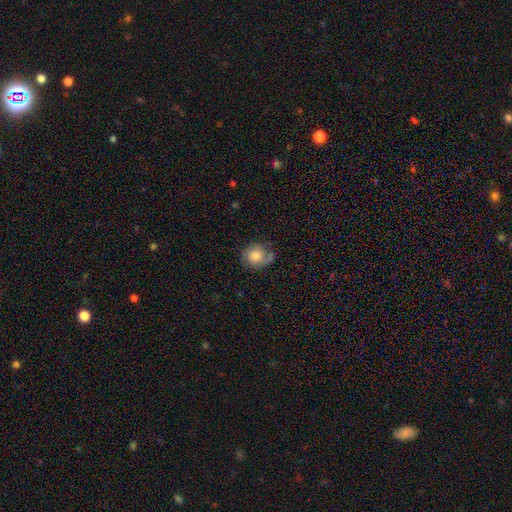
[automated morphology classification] Smooth or featured? Predicted: smooth (p=0.56). How rounded? Predicted: round (p=0.71). Merging? Predicted: none (p=0.57).